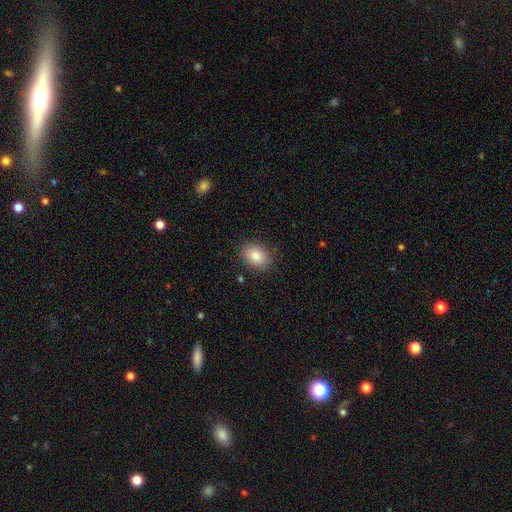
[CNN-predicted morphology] smooth 86%, star or artifact 8%, featured or disk 7%. Down the decision tree: how rounded — in between (71%); merging — none (85%).